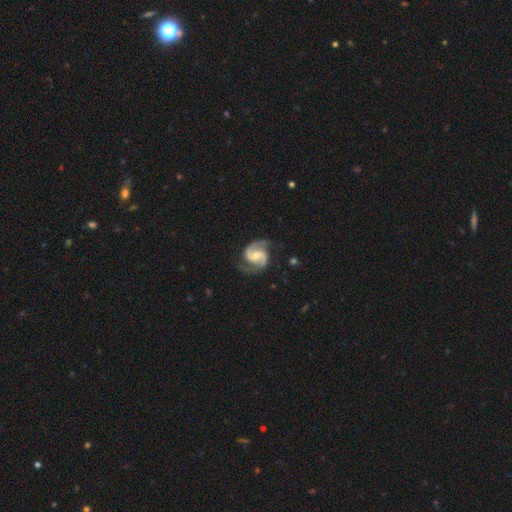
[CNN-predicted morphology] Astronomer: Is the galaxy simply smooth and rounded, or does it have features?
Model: featured or disk — 93%.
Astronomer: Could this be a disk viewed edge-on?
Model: no — 98%.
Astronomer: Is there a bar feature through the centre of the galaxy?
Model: weak — 46% (runner-up: no, 33%).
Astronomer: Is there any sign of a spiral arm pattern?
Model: yes — 99%.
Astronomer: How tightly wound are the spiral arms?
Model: medium — 63%.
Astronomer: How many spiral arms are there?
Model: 2 — 94%.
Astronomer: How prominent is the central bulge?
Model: moderate — 53% (runner-up: small, 39%).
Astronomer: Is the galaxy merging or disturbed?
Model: none — 81%.